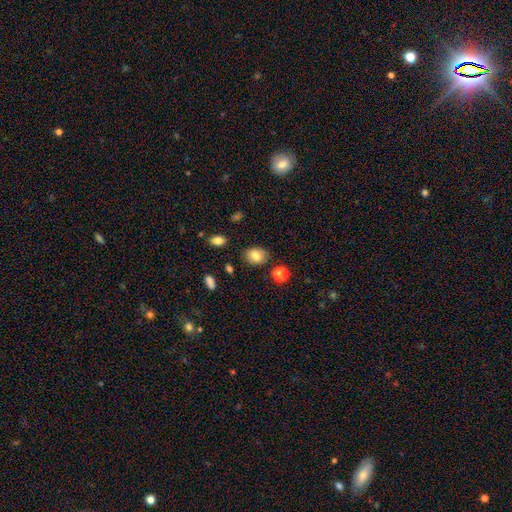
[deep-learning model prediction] smooth-or-featured: smooth: 80% | star or artifact: 10% | featured or disk: 10%
  how-rounded: in between: 56% | round: 42% | cigar-shaped: 1%
  merging: none: 82% | minor disturbance: 12% | merger: 3% | major disturbance: 3%